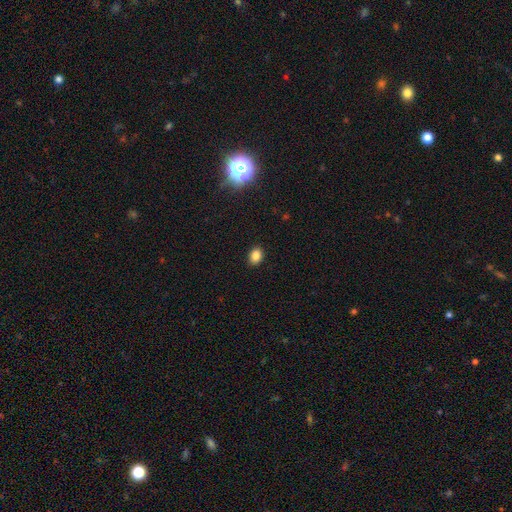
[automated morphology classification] smooth 85%, star or artifact 11%, featured or disk 4%. Down the decision tree: how rounded — in between (70%); merging — none (90%).